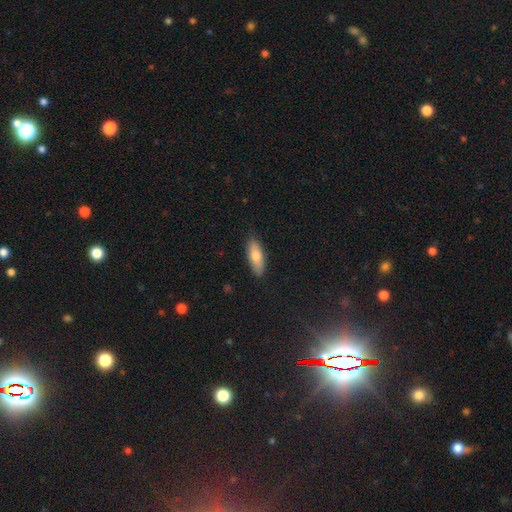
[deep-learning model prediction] Overall: smooth (75%). How rounded: in between (68%; cigar-shaped 30%). Merging: none (87%).